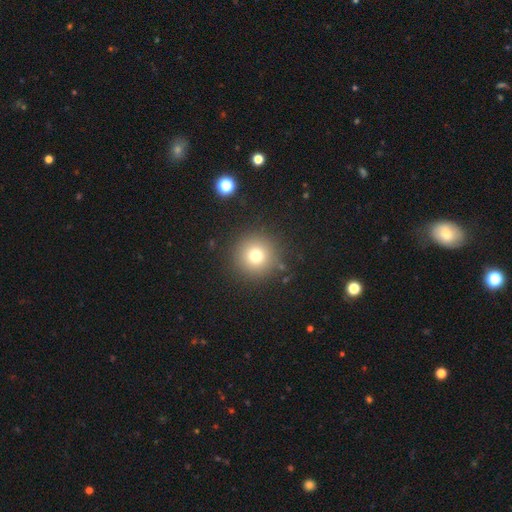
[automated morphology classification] This is likely a smooth galaxy (76%). How rounded: clearly round (96%). Merging: clearly none (88%).